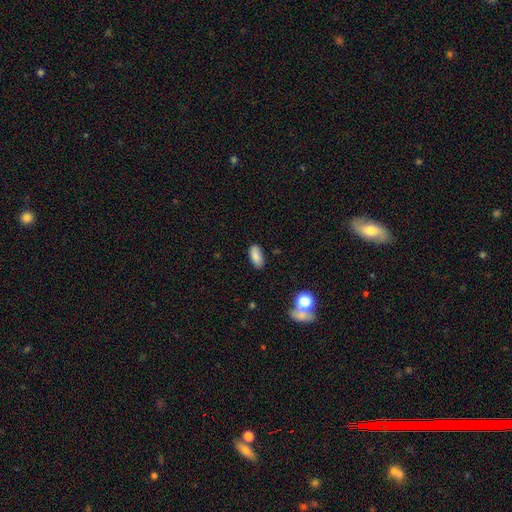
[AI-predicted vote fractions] The model was most divided on "merging": none: 83%, minor disturbance: 12%, major disturbance: 3%, merger: 2%. More confident: how rounded — in between (89%); smooth or featured — smooth (85%).